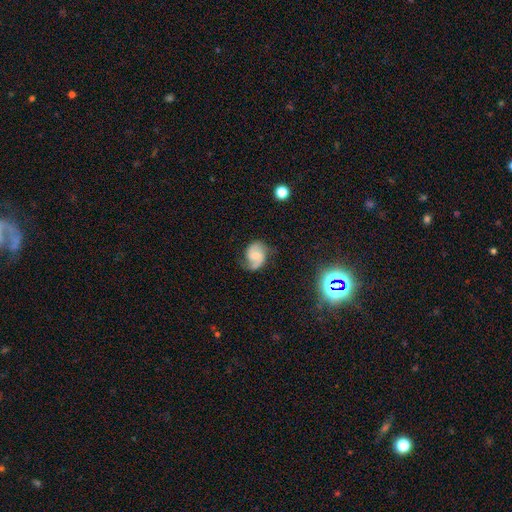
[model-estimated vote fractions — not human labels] This appears to be a featured or disk galaxy (79%) with no bar (50%), 2 (84%) medium (51%) spiral arms (96%) and a small central bulge (43%). Merging: none (72%).